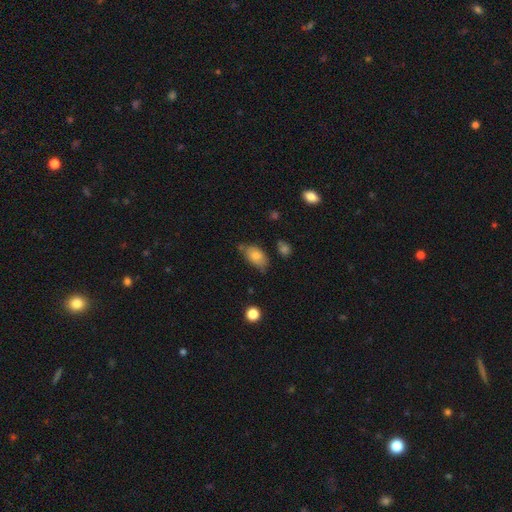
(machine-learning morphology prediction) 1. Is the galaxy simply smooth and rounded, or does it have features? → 77% smooth, 15% featured or disk, 8% star or artifact.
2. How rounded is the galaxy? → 91% in between, 7% round, 2% cigar-shaped.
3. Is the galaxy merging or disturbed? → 53% none, 32% minor disturbance, 8% merger, 7% major disturbance.